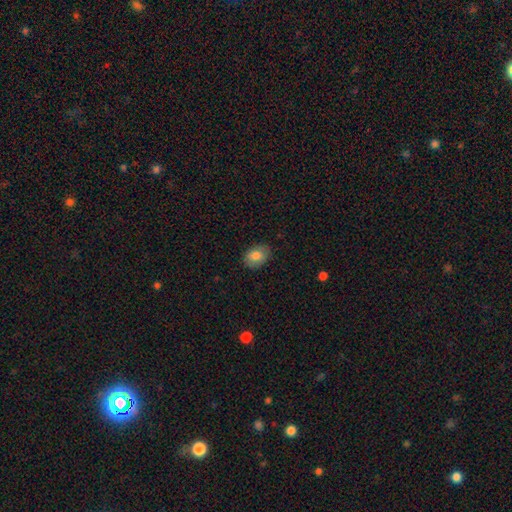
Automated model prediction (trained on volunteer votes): Smooth or featured?
  - smooth: 82% *
  - featured or disk: 11%
  - star or artifact: 8%
How rounded?
  - in between: 77% *
  - round: 22%
  - cigar-shaped: 1%
Merging?
  - none: 82% *
  - minor disturbance: 14%
  - major disturbance: 3%
  - merger: 1%